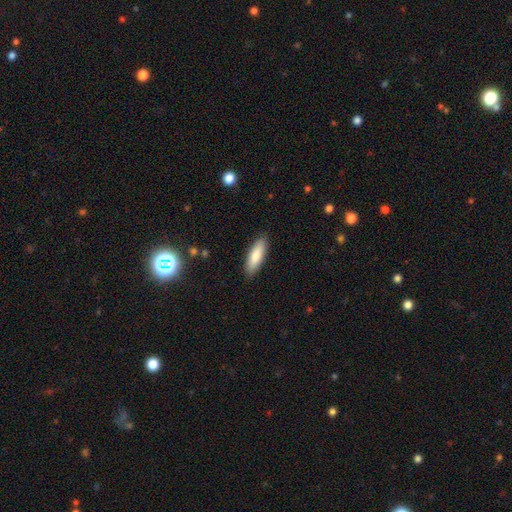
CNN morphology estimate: Smooth or featured: smooth — 80% (featured or disk — 15%)
How rounded: in between — 51% (cigar-shaped — 47%)
Merging: none — 88% (minor disturbance — 9%)